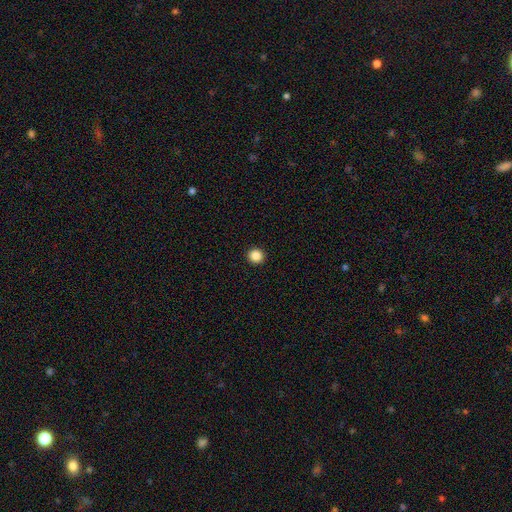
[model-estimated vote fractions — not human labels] smooth 87%, star or artifact 10%, featured or disk 3%. Down the decision tree: how rounded — round (95%); merging — none (94%).